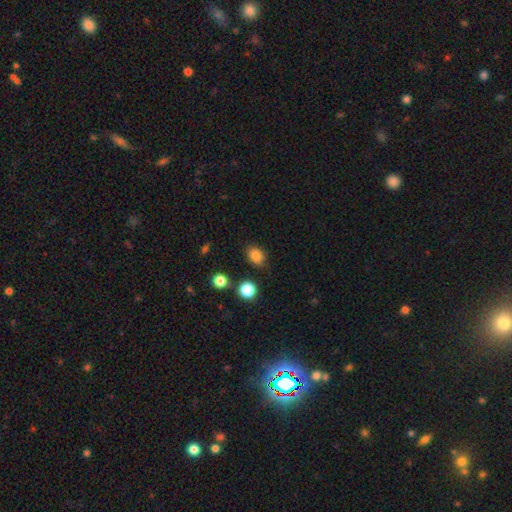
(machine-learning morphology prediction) Smooth or featured? Predicted: smooth (p=0.84). How rounded? Predicted: in between (p=0.63). Merging? Predicted: none (p=0.81).